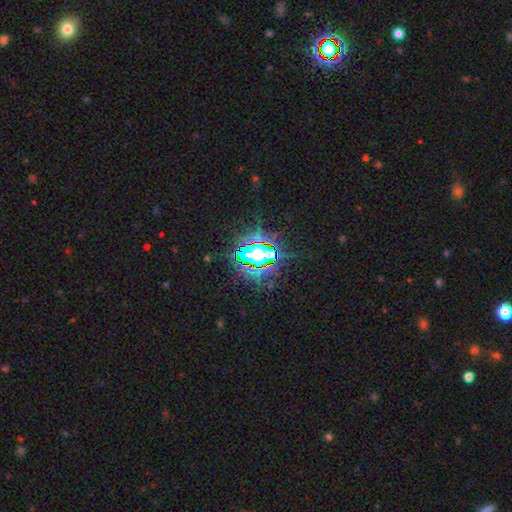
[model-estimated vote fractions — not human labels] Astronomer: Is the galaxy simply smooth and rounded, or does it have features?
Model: star or artifact — 82%.